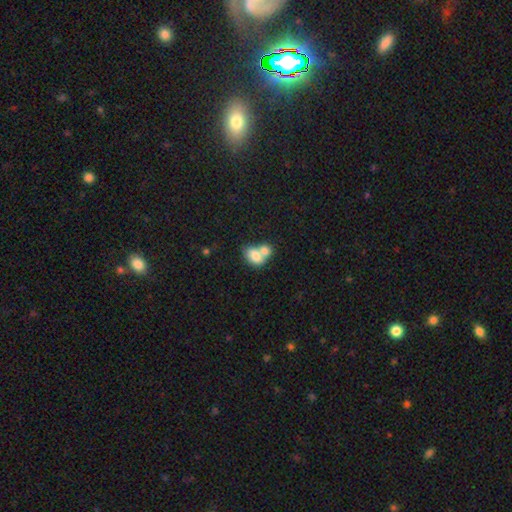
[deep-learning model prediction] Q: Smooth or featured?
A: smooth (75%); runner-up: featured or disk (18%)
Q: How rounded?
A: in between (76%); runner-up: round (23%)
Q: Merging?
A: merger (70%); runner-up: none (19%)